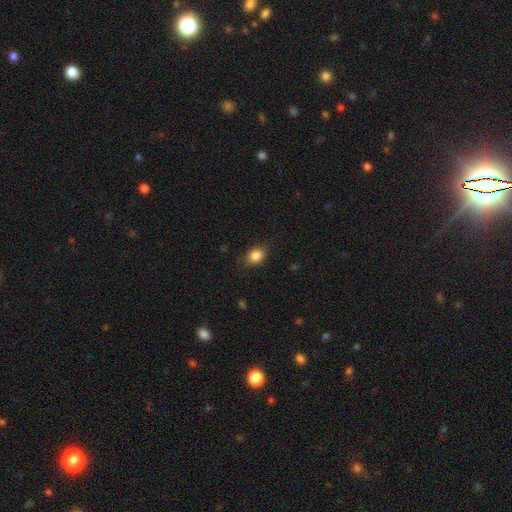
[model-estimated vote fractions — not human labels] smooth 84%, star or artifact 10%, featured or disk 6%. Down the decision tree: how rounded — in between (56%); merging — none (82%).